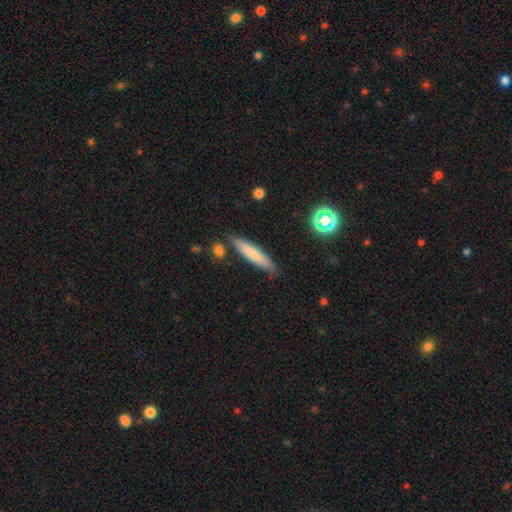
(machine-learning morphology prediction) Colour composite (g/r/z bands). It shows a smooth galaxy with no disk features (72%) that is cigar-shaped (87%). Merging: none (83%).